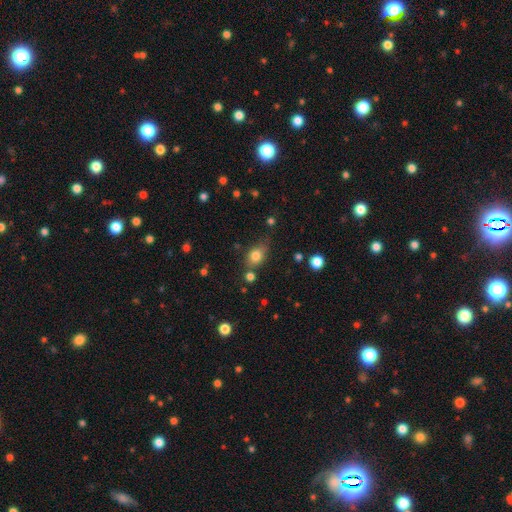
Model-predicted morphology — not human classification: smooth-or-featured: smooth: 79% | star or artifact: 11% | featured or disk: 9%
  how-rounded: in between: 61% | round: 36% | cigar-shaped: 3%
  merging: none: 61% | minor disturbance: 23% | merger: 10% | major disturbance: 7%